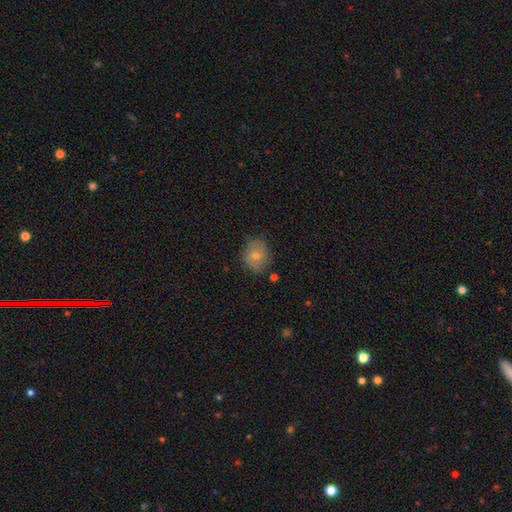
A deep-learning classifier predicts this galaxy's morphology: type=smooth (59%); roundness=round (61%); merging=none (76%).